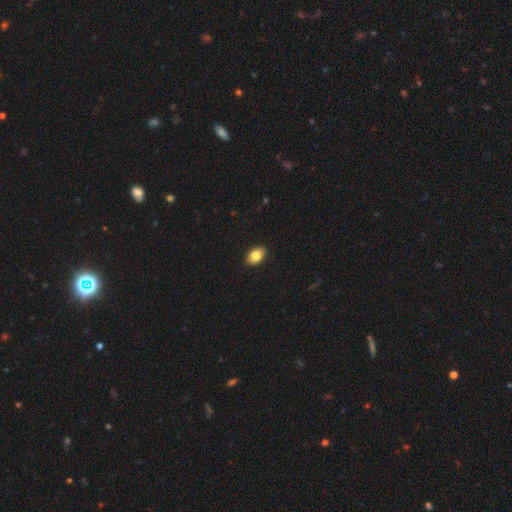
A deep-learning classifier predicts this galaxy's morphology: smooth-or-featured: smooth: 85% | star or artifact: 8% | featured or disk: 7%
  how-rounded: in between: 83% | round: 16% | cigar-shaped: 1%
  merging: none: 91% | minor disturbance: 7% | major disturbance: 2% | merger: 1%